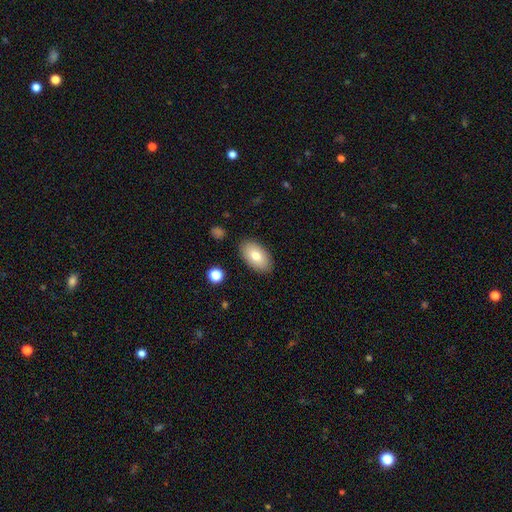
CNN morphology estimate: smooth 77%, featured or disk 16%, star or artifact 7%. Down the decision tree: how rounded — in between (94%); merging — none (86%).